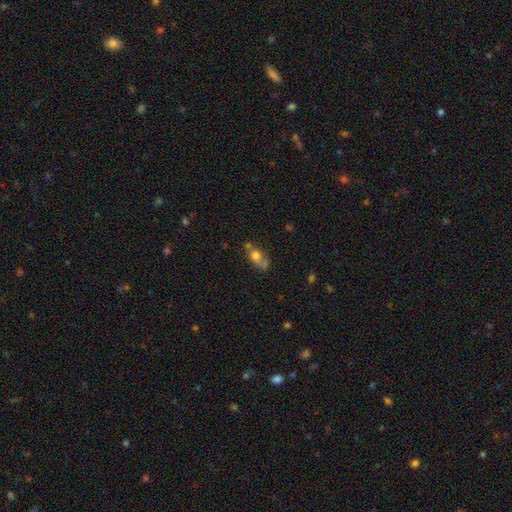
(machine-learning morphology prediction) Smooth or featured? smooth (66%)
How rounded? in between (49%)
Merging? none (36%)